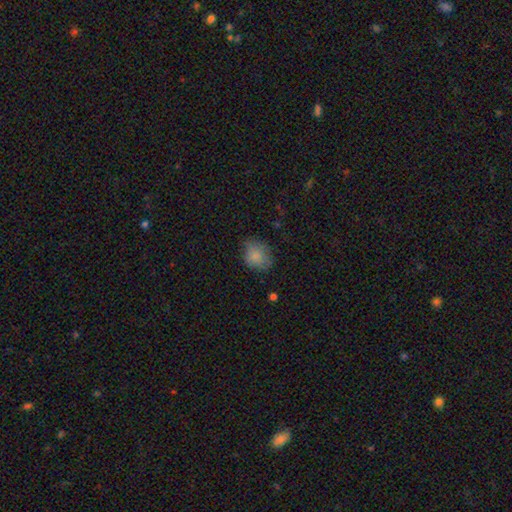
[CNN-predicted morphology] smooth-or-featured: smooth: 81% | featured or disk: 10% | star or artifact: 9%
  how-rounded: round: 61% | in between: 38% | cigar-shaped: 1%
  merging: none: 65% | minor disturbance: 25% | major disturbance: 8% | merger: 1%